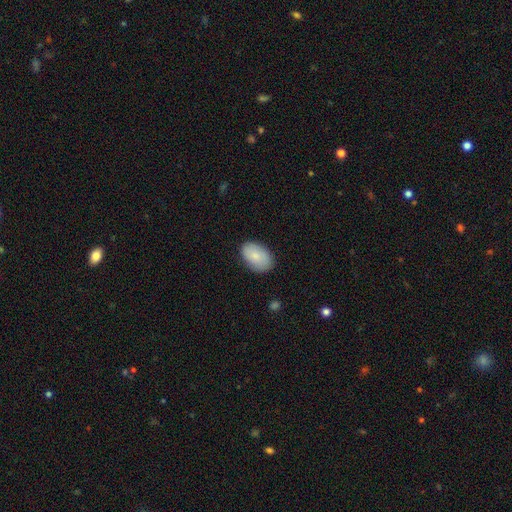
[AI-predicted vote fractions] Q: Smooth or featured?
A: smooth (82%); runner-up: featured or disk (12%)
Q: How rounded?
A: in between (91%); runner-up: round (8%)
Q: Merging?
A: none (84%); runner-up: minor disturbance (12%)